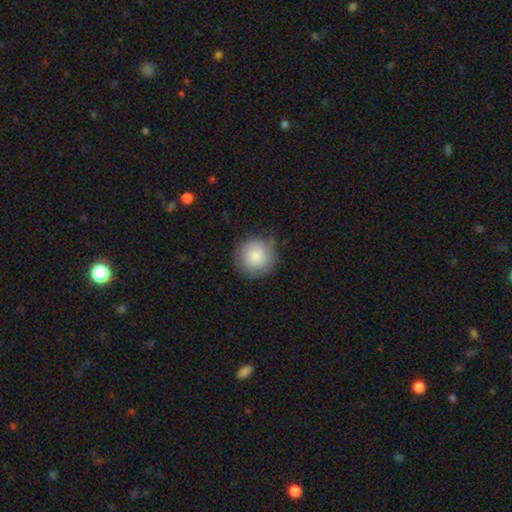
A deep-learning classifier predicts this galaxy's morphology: The model was most divided on "merging": none: 73%, minor disturbance: 21%, major disturbance: 5%, merger: 1%. More confident: how rounded — round (94%); smooth or featured — smooth (80%).